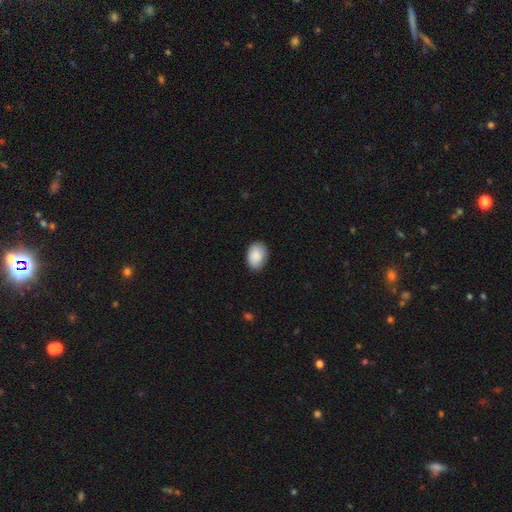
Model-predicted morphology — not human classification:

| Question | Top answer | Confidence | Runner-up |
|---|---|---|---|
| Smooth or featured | smooth | 89% | star or artifact (6%) |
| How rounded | in between | 83% | round (16%) |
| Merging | none | 84% | minor disturbance (12%) |